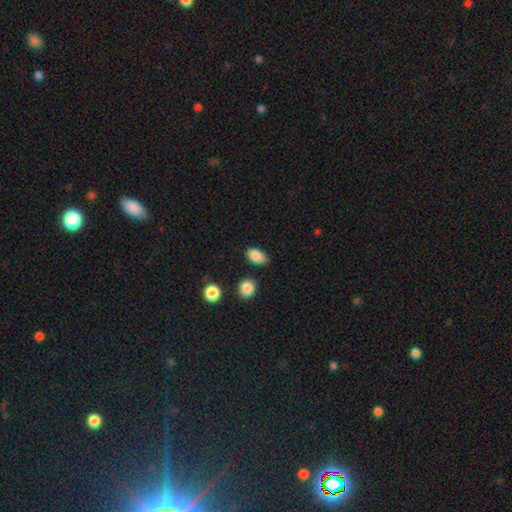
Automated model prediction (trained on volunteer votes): smooth-or-featured: smooth: 86% | star or artifact: 8% | featured or disk: 5%
  how-rounded: in between: 87% | round: 11% | cigar-shaped: 2%
  merging: none: 72% | minor disturbance: 21% | major disturbance: 4% | merger: 3%